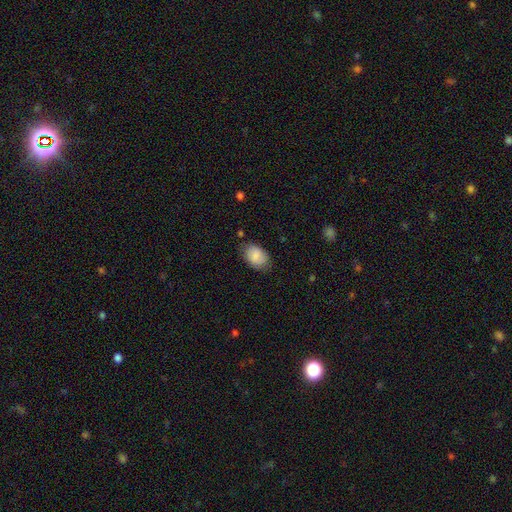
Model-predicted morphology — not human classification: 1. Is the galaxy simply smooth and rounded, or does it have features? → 86% smooth, 7% featured or disk, 7% star or artifact.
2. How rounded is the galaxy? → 84% in between, 15% round, 1% cigar-shaped.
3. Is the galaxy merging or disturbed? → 75% none, 19% minor disturbance, 4% major disturbance, 2% merger.